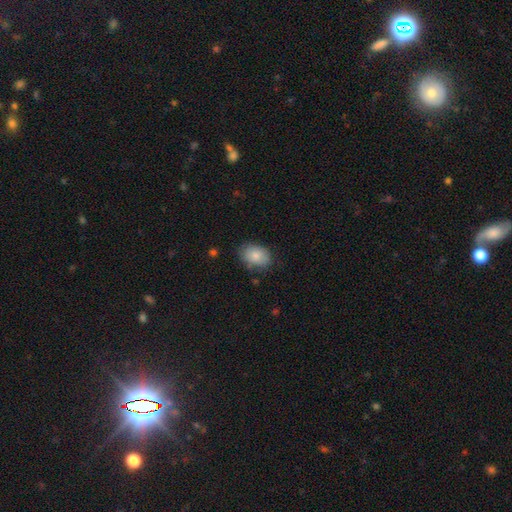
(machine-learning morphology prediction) Smooth or featured? smooth (84%)
How rounded? in between (81%)
Merging? none (78%)